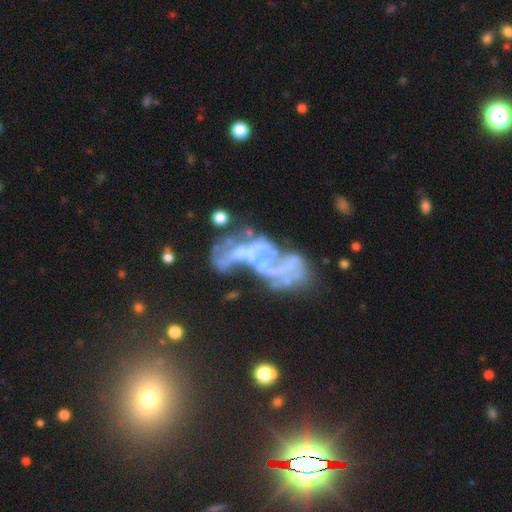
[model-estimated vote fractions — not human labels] This appears to be a featured or disk galaxy (69%) with no bar (73%), no spiral arms (63%) and no central bulge (55%). Merging: merger (32%, tied with major disturbance).